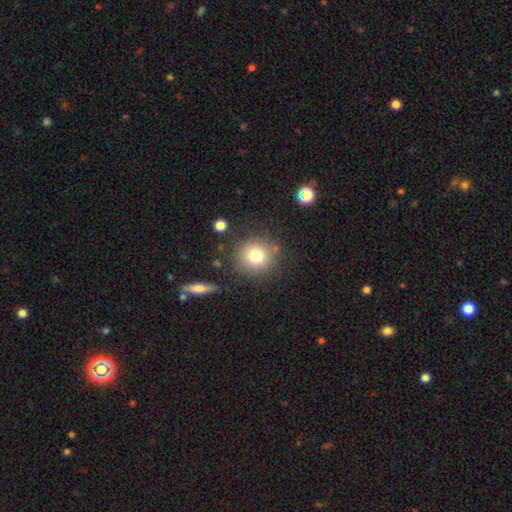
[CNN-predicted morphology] smooth_or_featured: smooth (p=0.78) [alt: star or artifact p=0.11]
how_rounded: round (p=0.92) [alt: in between p=0.07]
merging: none (p=0.82) [alt: minor disturbance p=0.09]